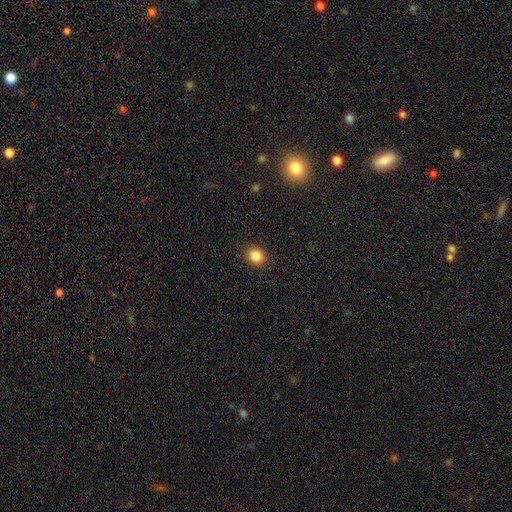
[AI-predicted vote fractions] Smooth or featured? smooth (86%)
How rounded? round (59%)
Merging? none (90%)